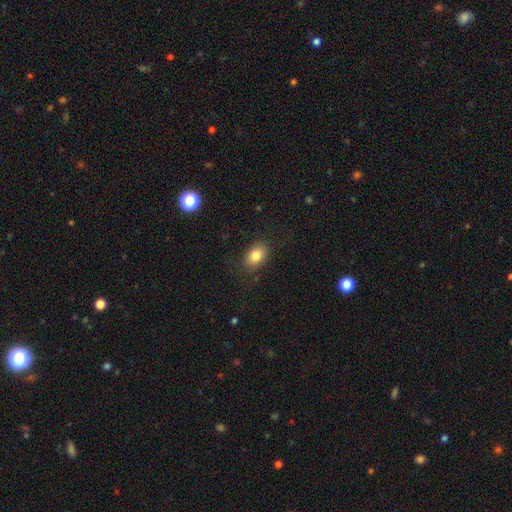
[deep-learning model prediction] Smooth or featured?
  - smooth: 82% *
  - star or artifact: 9%
  - featured or disk: 9%
How rounded?
  - in between: 80% *
  - round: 18%
  - cigar-shaped: 1%
Merging?
  - none: 83% *
  - minor disturbance: 12%
  - major disturbance: 4%
  - merger: 1%